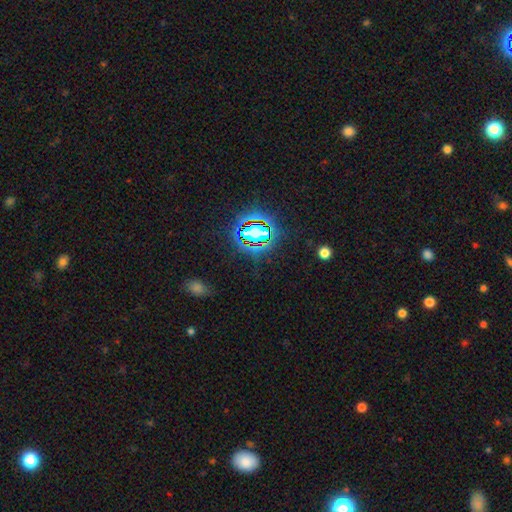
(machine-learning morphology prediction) Smooth or featured?
  - star or artifact: 79% *
  - smooth: 13%
  - featured or disk: 8%